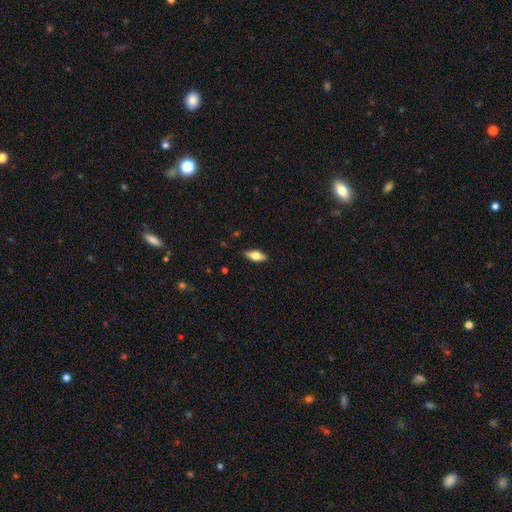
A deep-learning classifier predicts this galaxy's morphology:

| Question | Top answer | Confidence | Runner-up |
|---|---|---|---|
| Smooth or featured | smooth | 61% | featured or disk (32%) |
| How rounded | in between | 76% | cigar-shaped (21%) |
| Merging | none | 88% | minor disturbance (9%) |